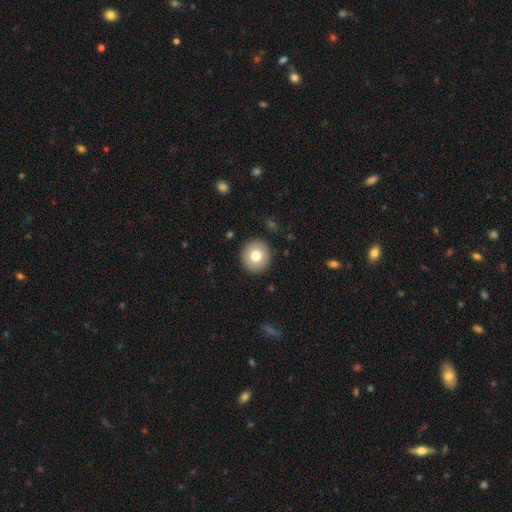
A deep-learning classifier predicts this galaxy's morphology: smooth-or-featured: smooth: 77% | featured or disk: 14% | star or artifact: 9%
  how-rounded: round: 94% | in between: 6% | cigar-shaped: 1%
  merging: none: 91% | minor disturbance: 6% | major disturbance: 2% | merger: 1%